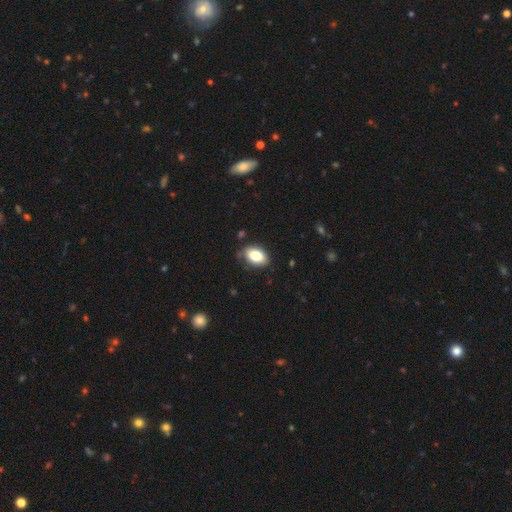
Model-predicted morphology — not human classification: Overall: smooth (82%). How rounded: in between (89%). Merging: none (77%).